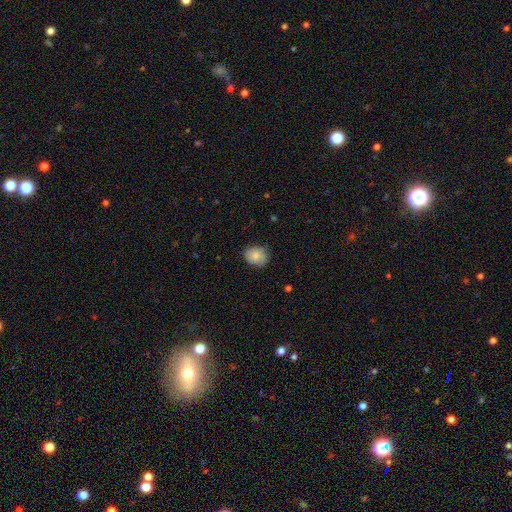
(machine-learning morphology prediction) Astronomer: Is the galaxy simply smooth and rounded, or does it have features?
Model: smooth — 81%.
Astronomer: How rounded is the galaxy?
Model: round — 50% (runner-up: in between, 49%).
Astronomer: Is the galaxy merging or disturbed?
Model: none — 80%.